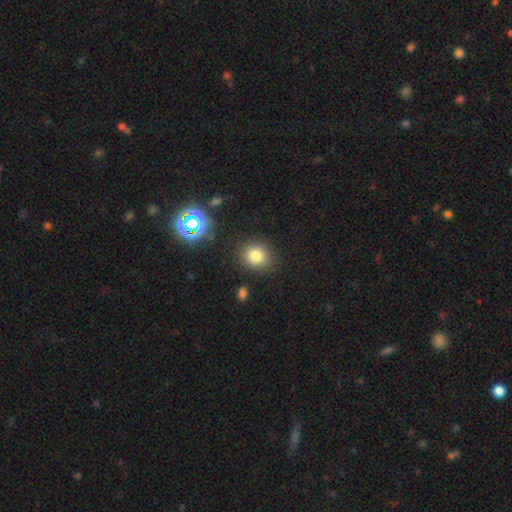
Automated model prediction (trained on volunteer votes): A smooth galaxy with no disk features (79%) that is round (79%). Merging: none (86%).